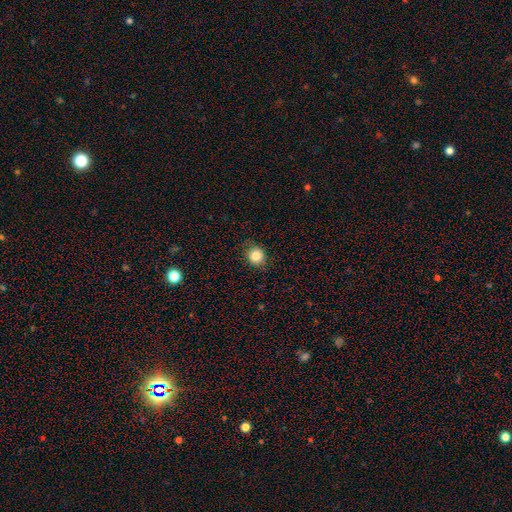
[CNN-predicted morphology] This appears to be a smooth galaxy with no disk features (83%) that is round (82%). Merging: none (86%).